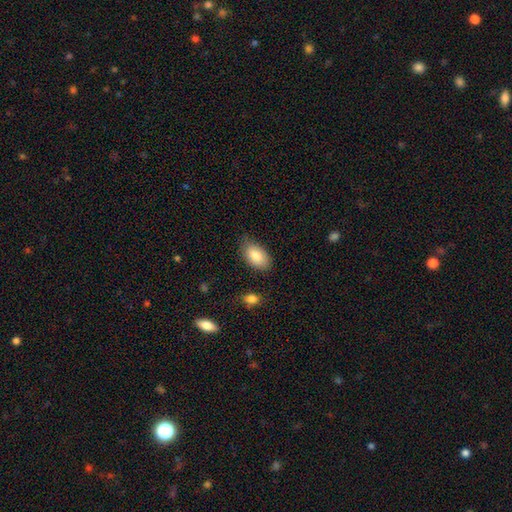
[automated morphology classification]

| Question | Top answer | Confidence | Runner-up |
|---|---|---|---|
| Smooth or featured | smooth | 85% | featured or disk (9%) |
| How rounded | in between | 94% | round (4%) |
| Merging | none | 75% | minor disturbance (20%) |